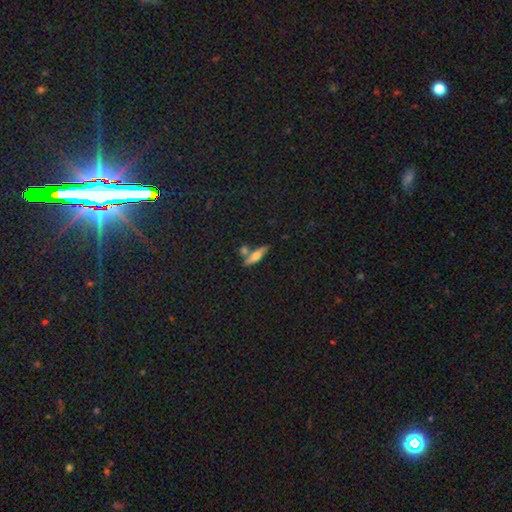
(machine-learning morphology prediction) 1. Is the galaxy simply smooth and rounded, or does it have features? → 62% smooth, 29% featured or disk, 9% star or artifact.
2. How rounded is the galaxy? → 60% cigar-shaped, 37% in between, 3% round.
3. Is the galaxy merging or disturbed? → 62% none, 21% merger, 13% minor disturbance, 4% major disturbance.